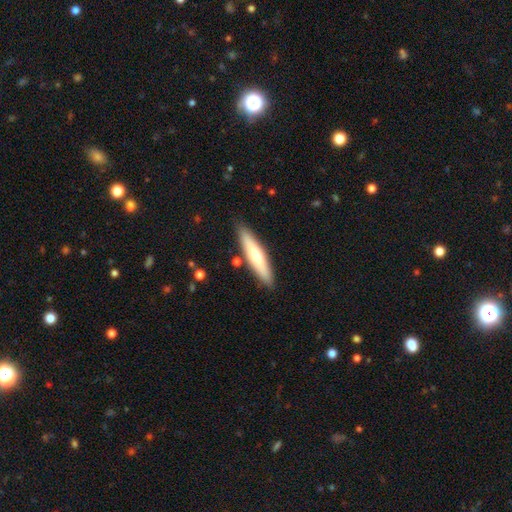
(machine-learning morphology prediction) A smooth galaxy with no disk features (61%) that is cigar-shaped (82%).

Vote fractions:
- Smooth or featured? smooth: 61% / featured or disk: 33% / star or artifact: 6%
- How rounded? cigar-shaped: 82% / in between: 17% / round: 1%
- Merging? none: 86% / minor disturbance: 9% / merger: 3% / major disturbance: 2%